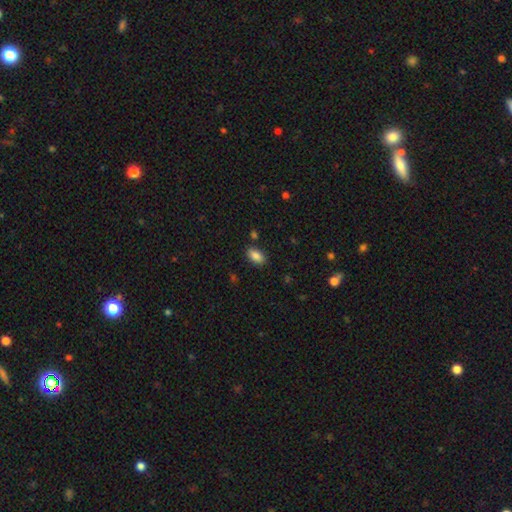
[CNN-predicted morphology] smooth 87%, star or artifact 8%, featured or disk 4%. Down the decision tree: how rounded — in between (92%); merging — none (85%).